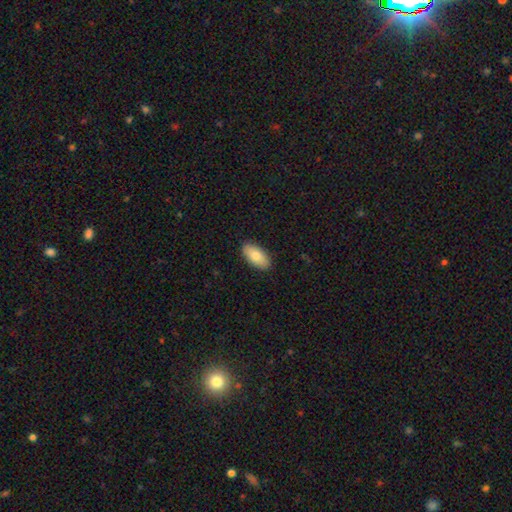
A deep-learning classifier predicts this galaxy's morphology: This appears to be a smooth galaxy with no disk features (80%) that is in between round and cigar-shaped (92%). Merging: none (90%).